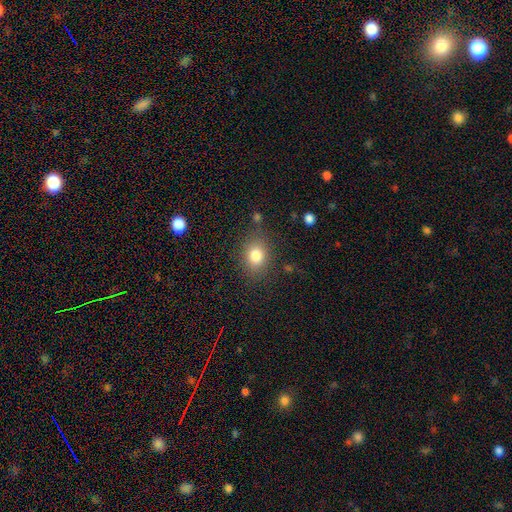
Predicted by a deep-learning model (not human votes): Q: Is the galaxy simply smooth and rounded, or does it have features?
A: smooth — 81%.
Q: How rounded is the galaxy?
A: in between — 57%.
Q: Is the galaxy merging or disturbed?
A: none — 79%.